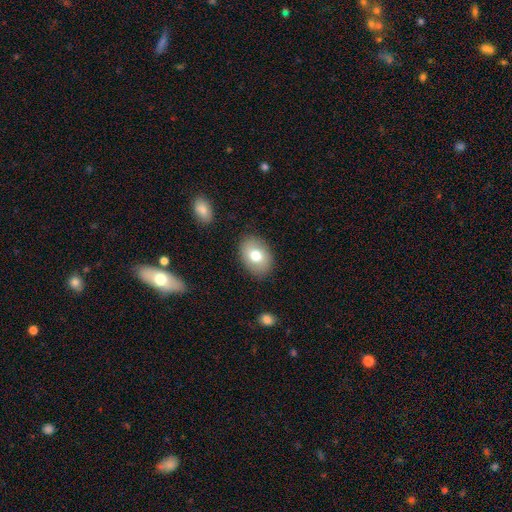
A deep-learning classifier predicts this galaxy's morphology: smooth_or_featured: smooth (p=0.75) [alt: featured or disk p=0.17]
how_rounded: in between (p=0.79) [alt: round p=0.20]
merging: none (p=0.86) [alt: minor disturbance p=0.09]